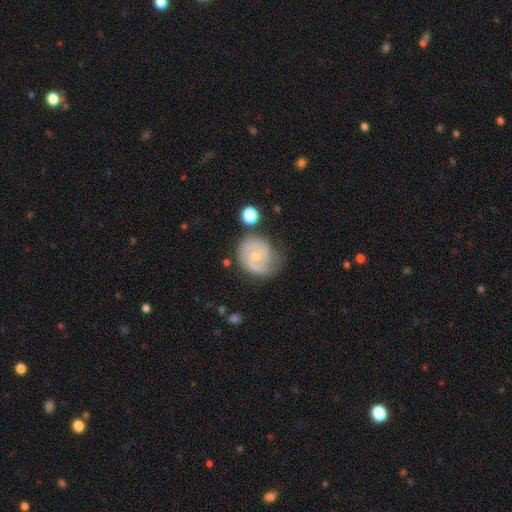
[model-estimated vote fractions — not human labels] Morphology: type=featured or disk (72%); edge-on=no (97%); bar=no (69%); spiral arms=yes (83%); winding=tight (54%); arm count=2 (53%); bulge=small (50%); merging=none (58%).